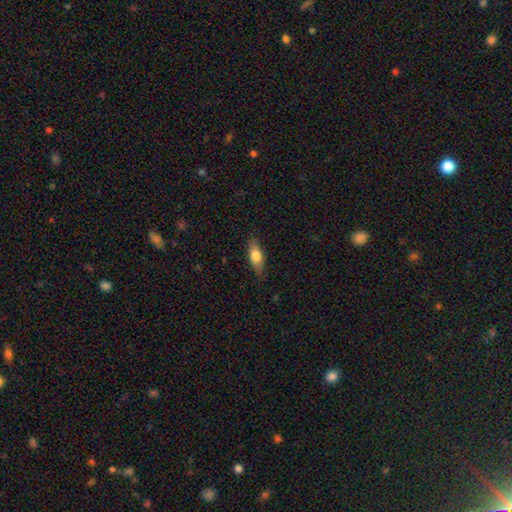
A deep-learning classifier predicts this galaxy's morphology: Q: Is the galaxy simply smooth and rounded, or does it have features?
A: smooth — 70%.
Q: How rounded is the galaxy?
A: in between — 67%.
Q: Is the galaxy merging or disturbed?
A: none — 83%.